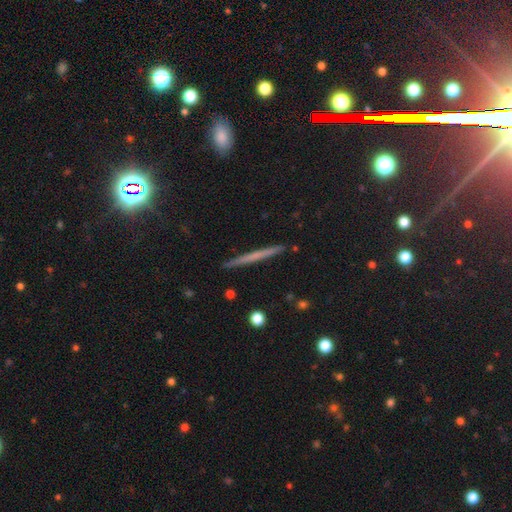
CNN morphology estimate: smooth_or_featured: featured or disk (p=0.47) [alt: smooth p=0.42]
merging: none (p=0.92) [alt: minor disturbance p=0.06]